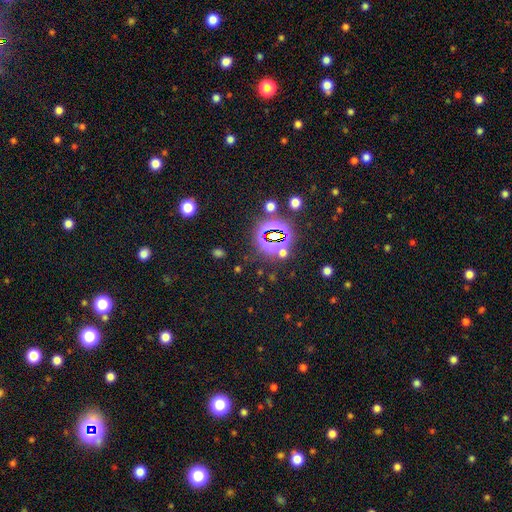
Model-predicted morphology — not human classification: Smooth or featured?
  - star or artifact: 80% *
  - smooth: 12%
  - featured or disk: 7%